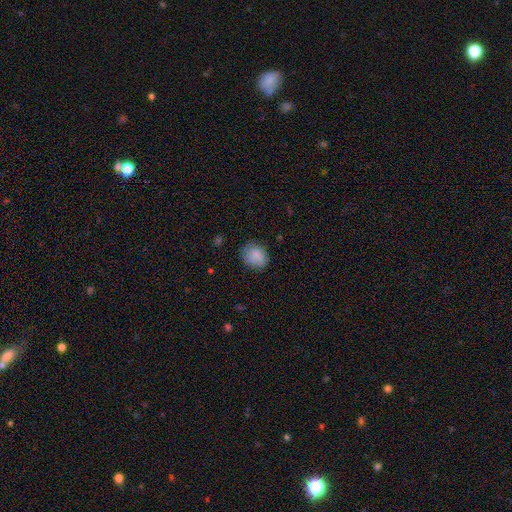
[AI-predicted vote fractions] A smooth galaxy with no disk features (83%) that is round (70%). Merging: none (75%).